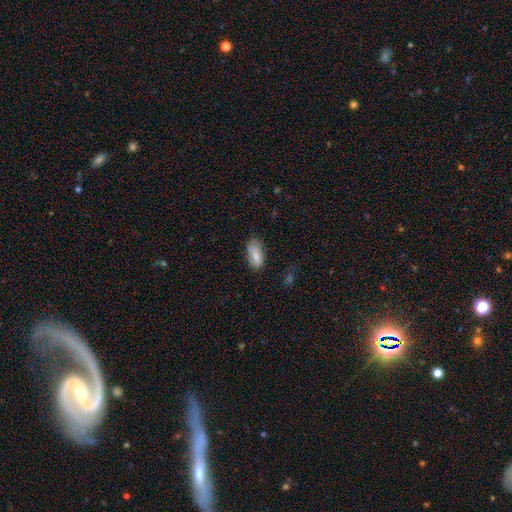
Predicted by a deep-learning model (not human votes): Overall: smooth (82%). How rounded: in between (88%). Merging: none (64%; minor disturbance 27%).